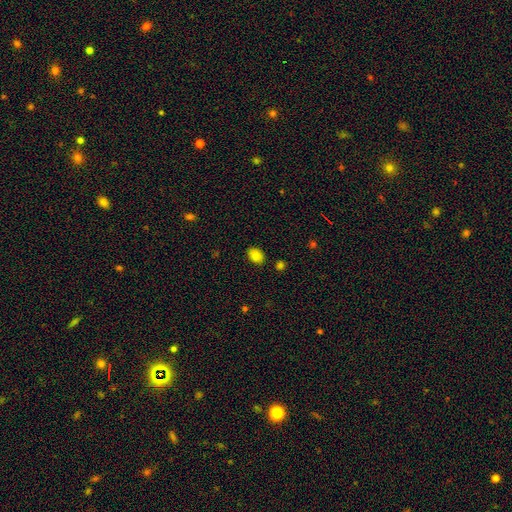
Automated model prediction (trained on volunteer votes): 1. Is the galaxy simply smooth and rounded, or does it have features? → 83% smooth, 10% star or artifact, 7% featured or disk.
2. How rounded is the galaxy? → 77% in between, 22% round, 1% cigar-shaped.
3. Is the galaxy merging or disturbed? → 85% none, 11% minor disturbance, 2% major disturbance, 2% merger.